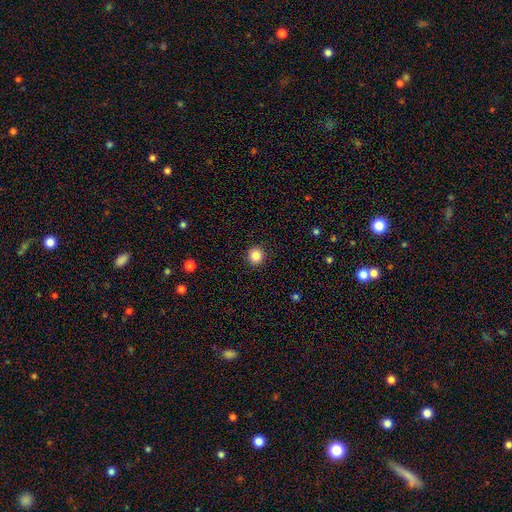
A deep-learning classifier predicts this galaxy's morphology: This appears to be a smooth galaxy with no disk features (86%) that is round (90%). Merging: none (92%).